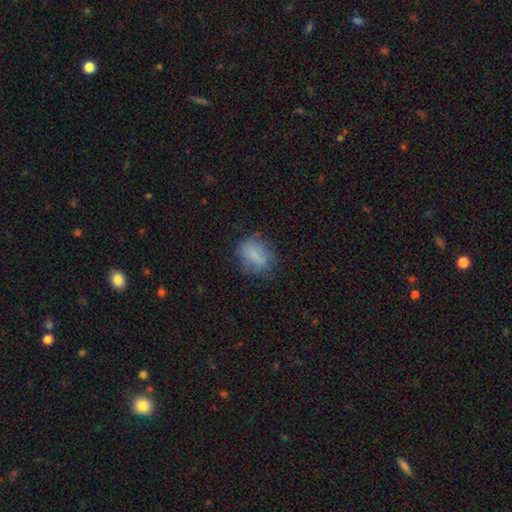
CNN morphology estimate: Q: Smooth or featured?
A: smooth (75%); runner-up: featured or disk (16%)
Q: How rounded?
A: in between (71%); runner-up: round (26%)
Q: Merging?
A: none (62%); runner-up: minor disturbance (25%)